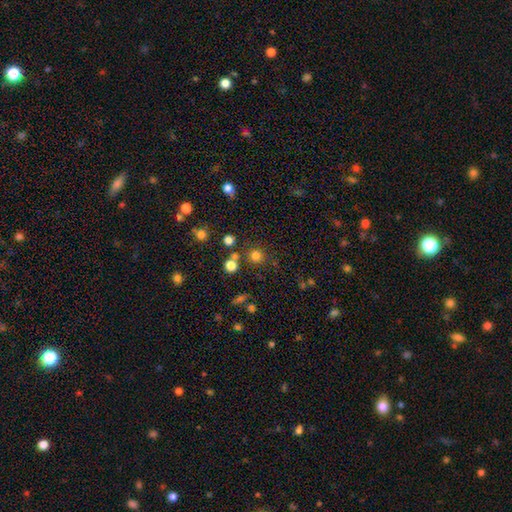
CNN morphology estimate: Smooth or featured: smooth — 77% (star or artifact — 17%)
How rounded: round — 92% (in between — 7%)
Merging: none — 78% (merger — 10%)